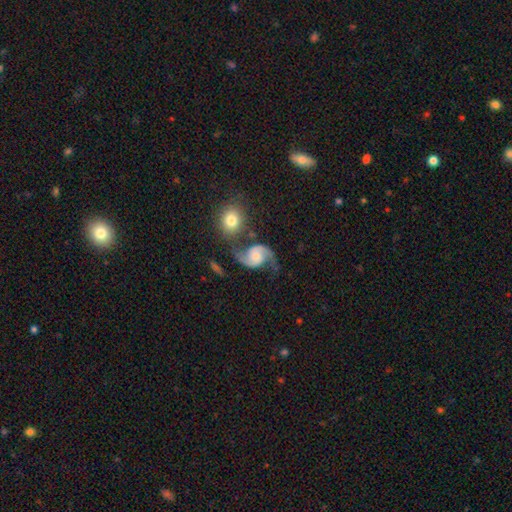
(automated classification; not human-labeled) This is clearly a featured or disk galaxy (89%). It is clearly not viewed edge-on (98%). Bar: likely no (63%). Spiral arm pattern: clearly yes (98%). Spiral arm count: clearly 2 (94%). Spiral winding: possibly medium (47%). Central bulge: marginally small (44%). Merging: likely none (60%).